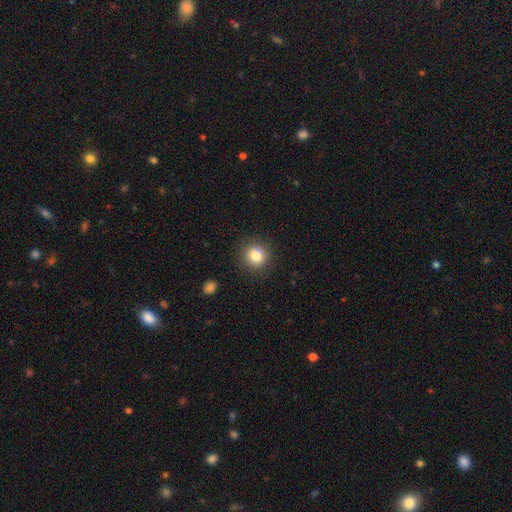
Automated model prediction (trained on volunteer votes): This is likely a smooth galaxy (80%). How rounded: clearly round (90%). Merging: clearly none (88%).